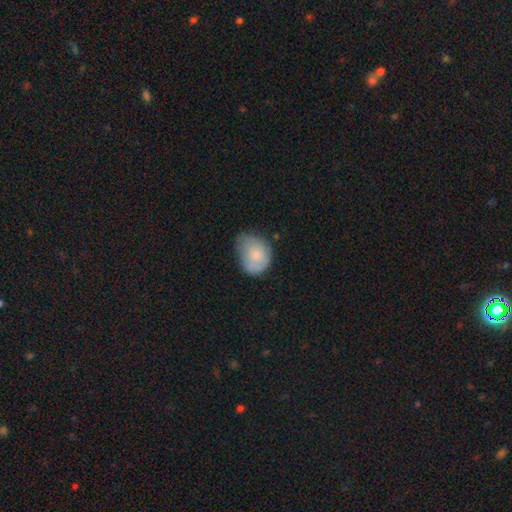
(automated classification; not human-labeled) Smooth or featured? Predicted: smooth (p=0.72). How rounded? Predicted: in between (p=0.55). Merging? Predicted: minor disturbance (p=0.46).